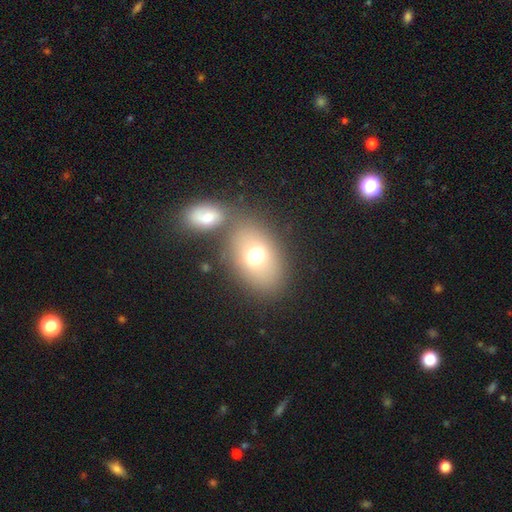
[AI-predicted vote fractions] Smooth or featured: smooth — 70% (featured or disk — 18%)
How rounded: in between — 73% (round — 25%)
Merging: none — 57% (merger — 27%)